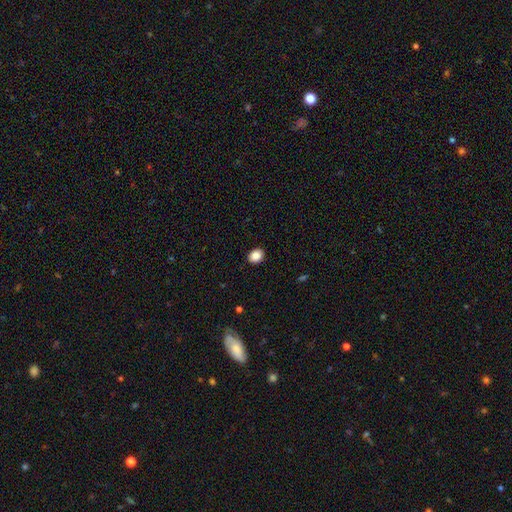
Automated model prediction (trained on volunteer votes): Overall: smooth (89%). How rounded: in between (52%; round 47%). Merging: none (91%).